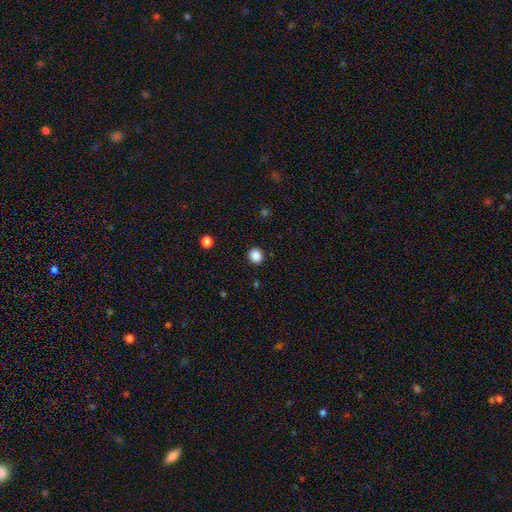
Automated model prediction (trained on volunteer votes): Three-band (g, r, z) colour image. It shows a smooth galaxy with no disk features (88%) that is round (83%). Merging: none (91%).